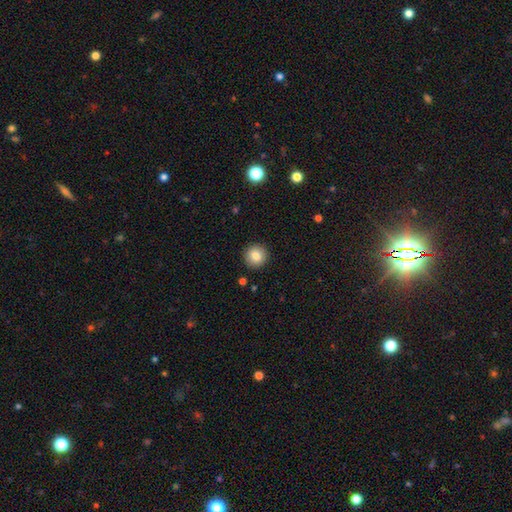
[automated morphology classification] smooth_or_featured: smooth (p=0.84) [alt: star or artifact p=0.09]
how_rounded: round (p=0.94) [alt: in between p=0.05]
merging: none (p=0.92) [alt: minor disturbance p=0.05]